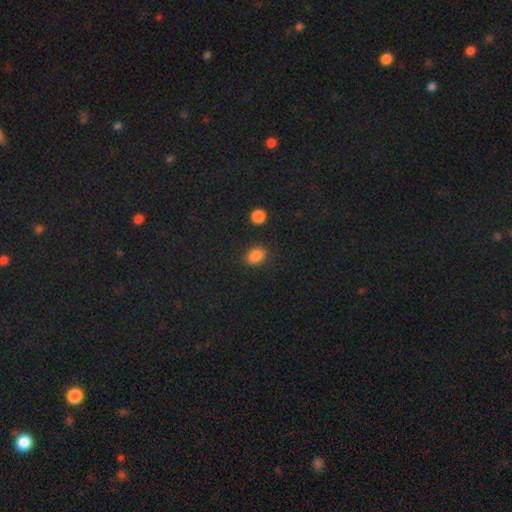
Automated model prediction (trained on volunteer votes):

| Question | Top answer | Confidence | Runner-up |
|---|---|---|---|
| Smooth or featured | smooth | 86% | star or artifact (11%) |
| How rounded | in between | 75% | round (23%) |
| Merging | none | 83% | minor disturbance (11%) |